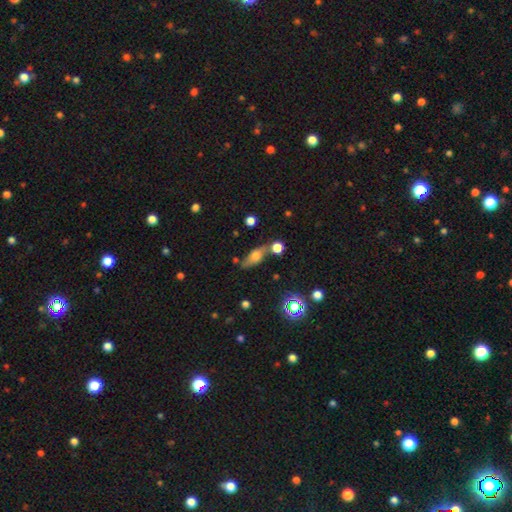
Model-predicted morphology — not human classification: type=smooth (54%); roundness=in between (61%); merging=none (63%).